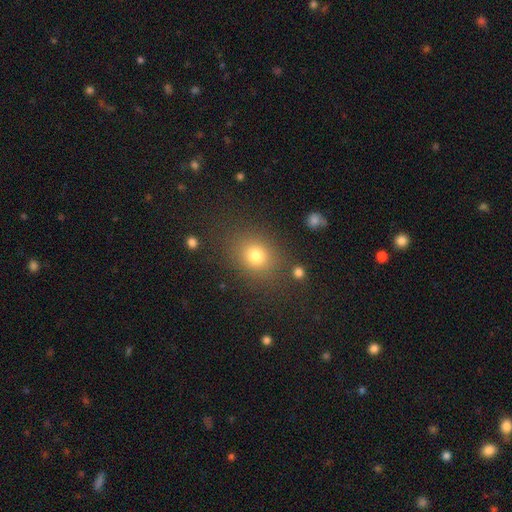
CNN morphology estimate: smooth 77%, star or artifact 15%, featured or disk 8%. Down the decision tree: how rounded — round (59%); merging — none (79%).